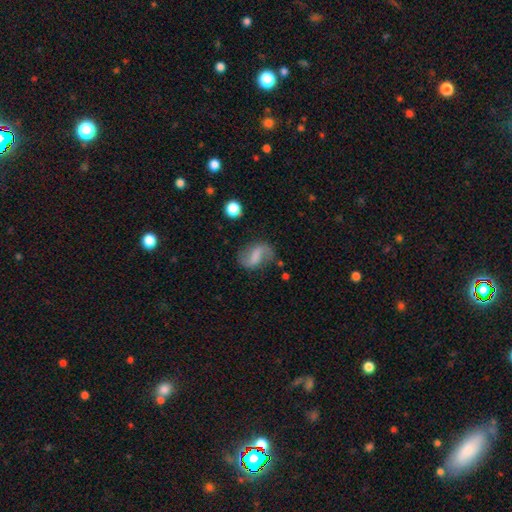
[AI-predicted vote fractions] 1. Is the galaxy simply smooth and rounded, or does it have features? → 62% featured or disk, 29% smooth, 9% star or artifact.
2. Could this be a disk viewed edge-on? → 97% no, 3% yes.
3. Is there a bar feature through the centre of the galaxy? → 39% strong (tied), 39% weak (tied), 21% no.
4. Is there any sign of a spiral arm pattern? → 87% yes, 13% no.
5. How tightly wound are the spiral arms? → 67% loose, 26% medium, 8% tight.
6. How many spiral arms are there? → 88% 2, 5% 1, 4% can't tell, 1% 3, 1% more than 4, 1% 4.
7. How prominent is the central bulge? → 54% none, 17% small, 16% moderate, 10% large, 3% dominant.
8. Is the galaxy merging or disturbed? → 68% none, 19% minor disturbance, 10% major disturbance, 3% merger.